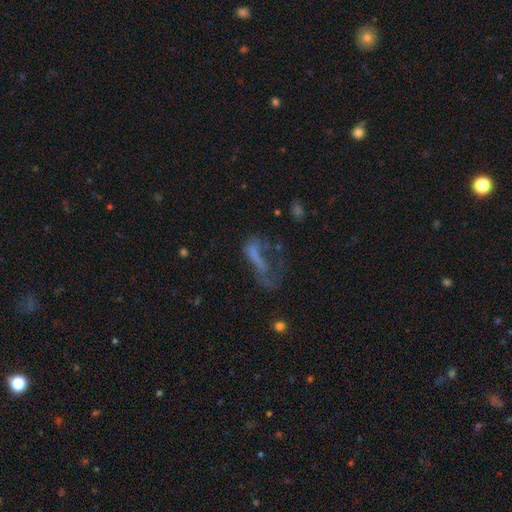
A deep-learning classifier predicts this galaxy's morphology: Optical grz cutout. It shows a smooth galaxy with no disk features (41%). Merging: major disturbance (56%).